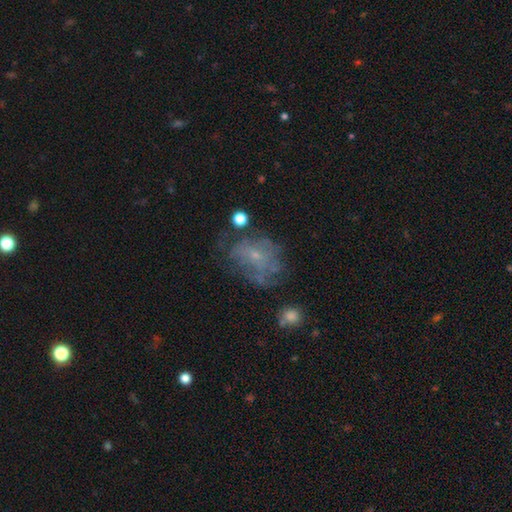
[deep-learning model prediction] Smooth or featured? Predicted: featured or disk (p=0.53). Edge-on disk? Predicted: no (p=0.96). Bar? Predicted: no (p=0.78). Spiral arms? Predicted: yes (p=0.54). Bulge size? Predicted: small (p=0.75). Merging? Predicted: none (p=0.51).